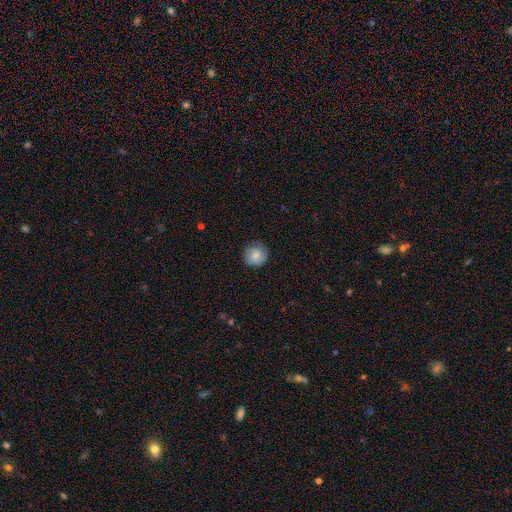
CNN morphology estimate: The model was most divided on "smooth or featured": smooth: 80%, featured or disk: 12%, star or artifact: 8%. More confident: how rounded — round (92%); merging — none (83%).